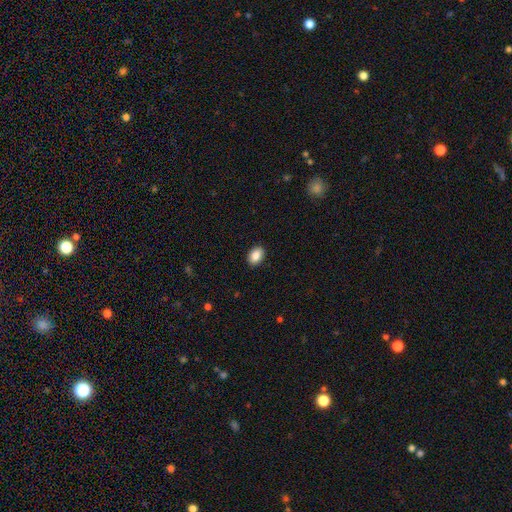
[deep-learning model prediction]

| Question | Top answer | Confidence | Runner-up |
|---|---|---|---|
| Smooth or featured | smooth | 87% | star or artifact (8%) |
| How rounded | in between | 82% | round (16%) |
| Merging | none | 90% | minor disturbance (7%) |